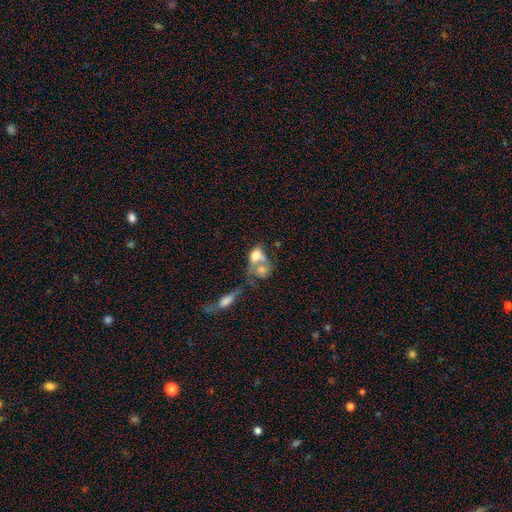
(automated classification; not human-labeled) Smooth or featured: smooth — 60% (featured or disk — 31%)
How rounded: in between — 69% (round — 27%)
Merging: merger — 70% (none — 13%)